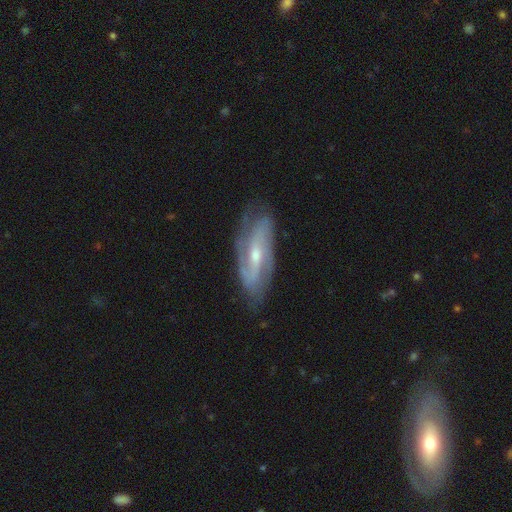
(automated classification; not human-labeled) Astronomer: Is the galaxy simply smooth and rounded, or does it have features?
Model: featured or disk — 85%.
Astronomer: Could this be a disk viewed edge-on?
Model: no — 90%.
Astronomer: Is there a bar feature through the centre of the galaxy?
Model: weak — 43% (runner-up: no, 31%).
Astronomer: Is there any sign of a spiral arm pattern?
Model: yes — 95%.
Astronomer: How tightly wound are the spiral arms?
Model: medium — 45% (runner-up: tight, 31%).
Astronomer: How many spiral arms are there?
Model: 2 — 74%.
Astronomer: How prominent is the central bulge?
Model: small — 51% (runner-up: moderate, 45%).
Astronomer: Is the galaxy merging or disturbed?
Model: none — 77%.